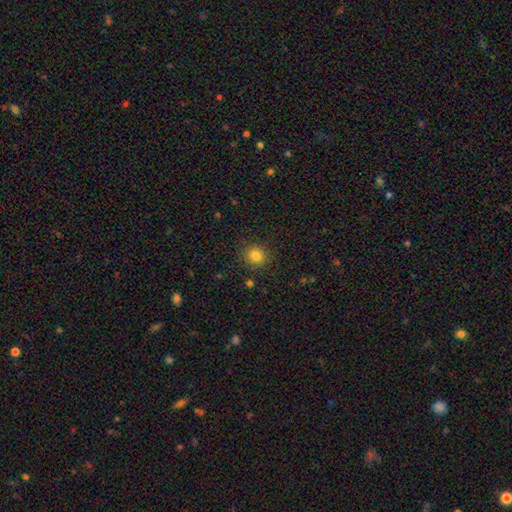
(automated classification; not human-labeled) A smooth galaxy with no disk features (81%) that is round (91%). Merging: none (89%).